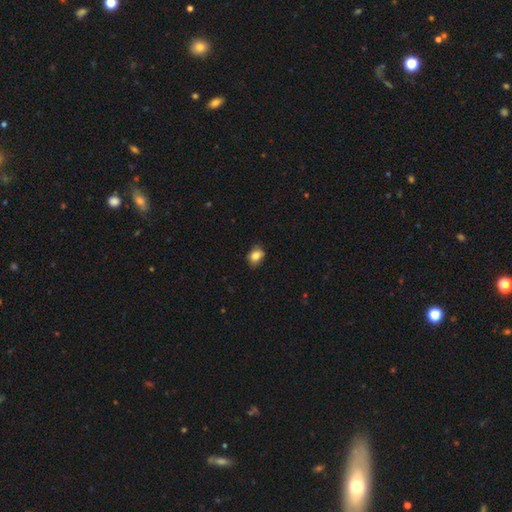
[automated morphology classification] smooth_or_featured: smooth (p=0.84) [alt: star or artifact p=0.09]
how_rounded: in between (p=0.65) [alt: round p=0.34]
merging: none (p=0.78) [alt: minor disturbance p=0.18]